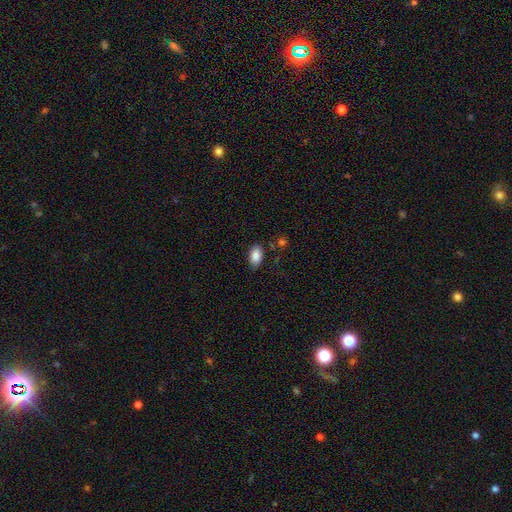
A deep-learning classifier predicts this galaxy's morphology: Q: Smooth or featured?
A: smooth (87%); runner-up: star or artifact (8%)
Q: How rounded?
A: in between (92%); runner-up: round (5%)
Q: Merging?
A: none (80%); runner-up: minor disturbance (14%)